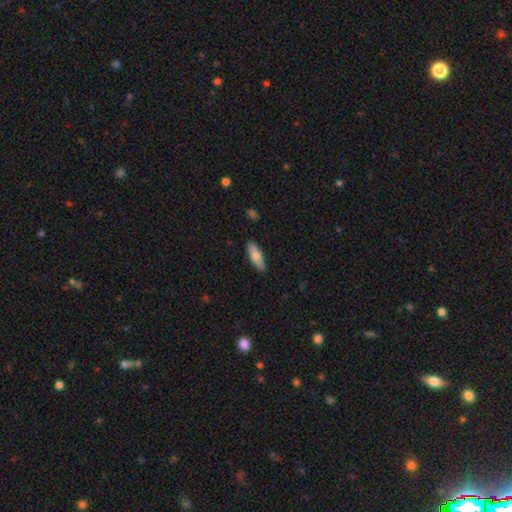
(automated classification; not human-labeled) Smooth or featured? smooth (71%)
How rounded? in between (52%)
Merging? none (88%)